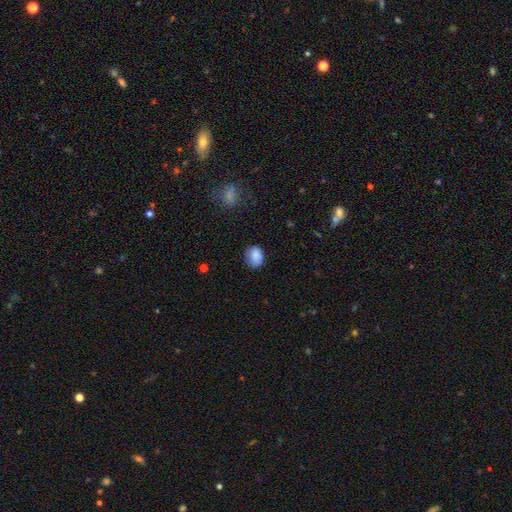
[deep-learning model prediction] smooth 85%, star or artifact 9%, featured or disk 7%. Down the decision tree: how rounded — in between (54%); merging — none (67%).